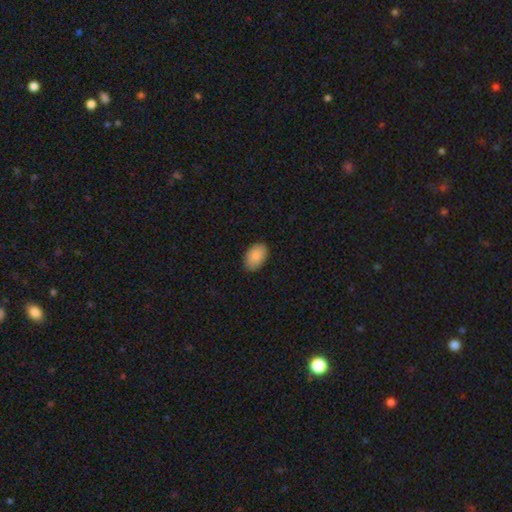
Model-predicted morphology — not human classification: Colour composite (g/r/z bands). It shows a smooth galaxy with no disk features (89%) that is in between round and cigar-shaped (89%). Merging: none (87%).